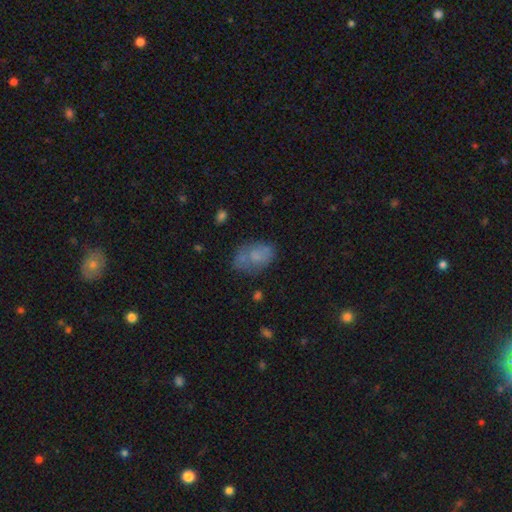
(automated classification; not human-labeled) Smooth or featured? Predicted: smooth (p=0.65). How rounded? Predicted: in between (p=0.85). Merging? Predicted: none (p=0.51).